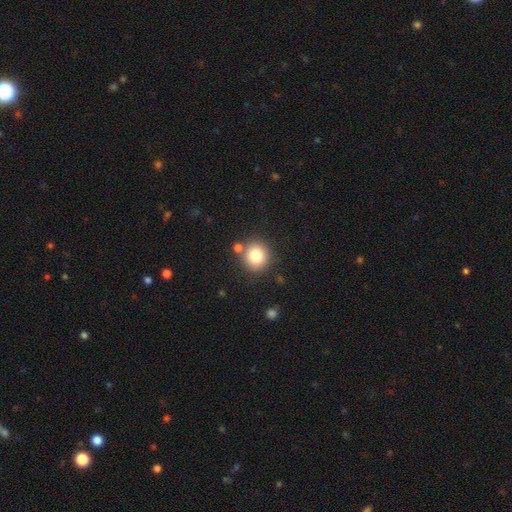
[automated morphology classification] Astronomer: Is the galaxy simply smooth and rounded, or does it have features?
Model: smooth — 81%.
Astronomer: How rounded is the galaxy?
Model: round — 90%.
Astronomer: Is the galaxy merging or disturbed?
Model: none — 80%.